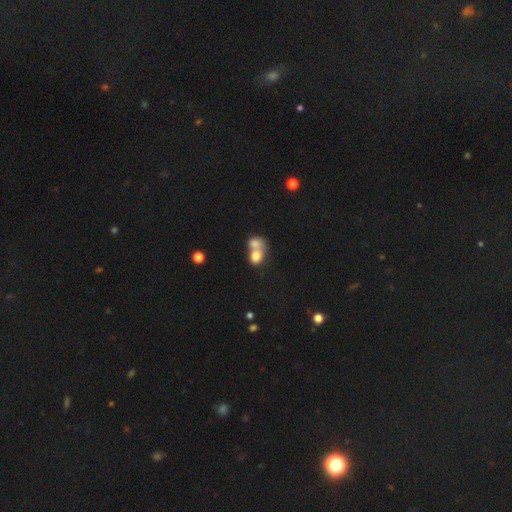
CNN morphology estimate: Smooth or featured: smooth — 75% (featured or disk — 16%)
How rounded: round — 51% (in between — 48%)
Merging: merger — 74% (none — 17%)